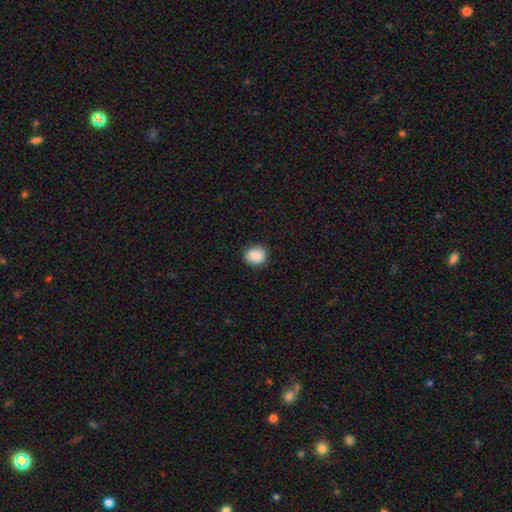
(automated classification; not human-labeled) The model was most divided on "how rounded": round: 78%, in between: 21%, cigar-shaped: 1%. More confident: merging — none (85%); smooth or featured — smooth (82%).